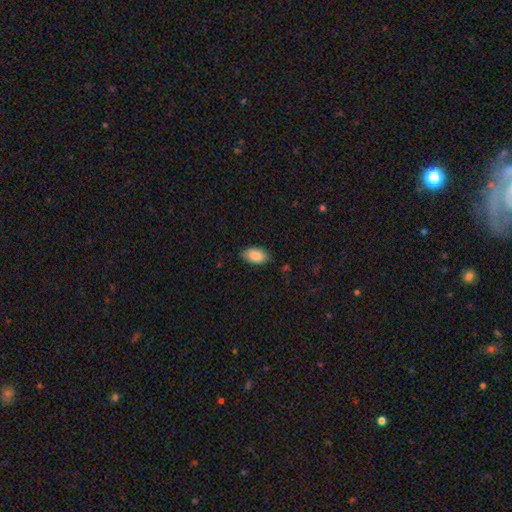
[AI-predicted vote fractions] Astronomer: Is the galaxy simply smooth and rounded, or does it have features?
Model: smooth — 88%.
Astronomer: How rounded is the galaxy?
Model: in between — 95%.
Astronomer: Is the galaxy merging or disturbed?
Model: none — 82%.